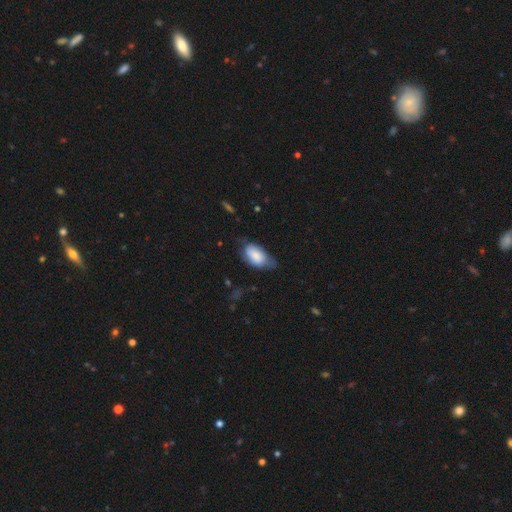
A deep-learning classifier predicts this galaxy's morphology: smooth 76%, featured or disk 17%, star or artifact 7%. Down the decision tree: how rounded — in between (93%); merging — minor disturbance (41%).